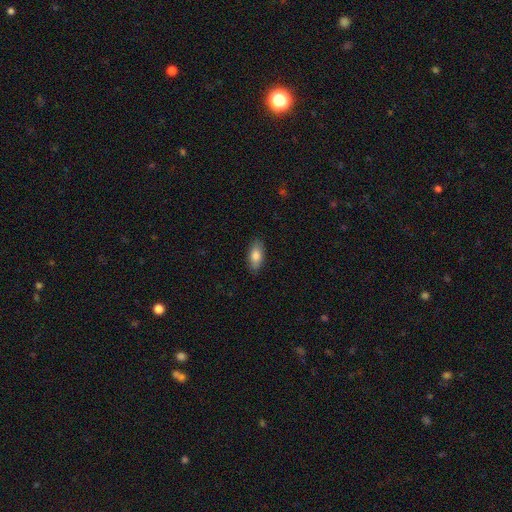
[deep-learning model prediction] Smooth or featured?
  - smooth: 81% *
  - featured or disk: 12%
  - star or artifact: 7%
How rounded?
  - in between: 88% *
  - cigar-shaped: 10%
  - round: 3%
Merging?
  - none: 87% *
  - minor disturbance: 10%
  - major disturbance: 2%
  - merger: 1%